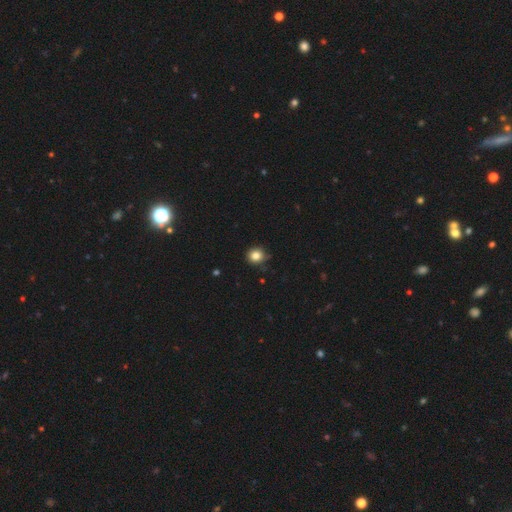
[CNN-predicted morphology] A smooth galaxy with no disk features (83%) that is round (86%).

Vote fractions:
- Smooth or featured? smooth: 83% / star or artifact: 12% / featured or disk: 6%
- How rounded? round: 86% / in between: 13% / cigar-shaped: 1%
- Merging? none: 79% / minor disturbance: 16% / major disturbance: 3% / merger: 1%